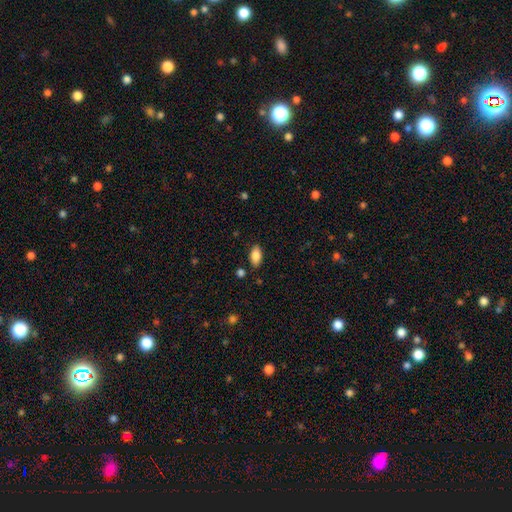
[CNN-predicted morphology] The model was most divided on "merging": none: 85%, minor disturbance: 10%, major disturbance: 2%, merger: 2%. More confident: how rounded — in between (92%); smooth or featured — smooth (86%).